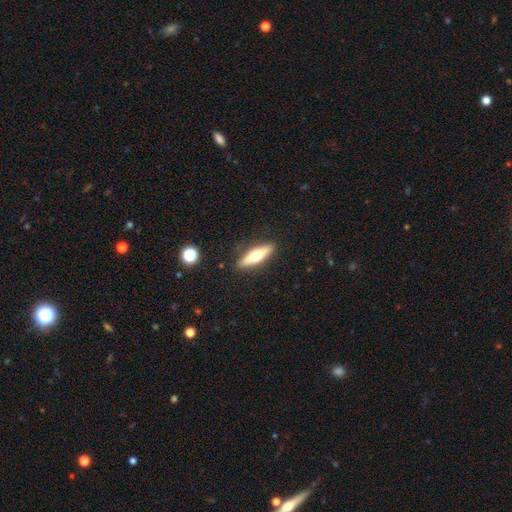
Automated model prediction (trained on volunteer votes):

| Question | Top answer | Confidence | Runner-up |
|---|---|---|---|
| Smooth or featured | smooth | 50% | featured or disk (44%) |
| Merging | none | 88% | minor disturbance (8%) |